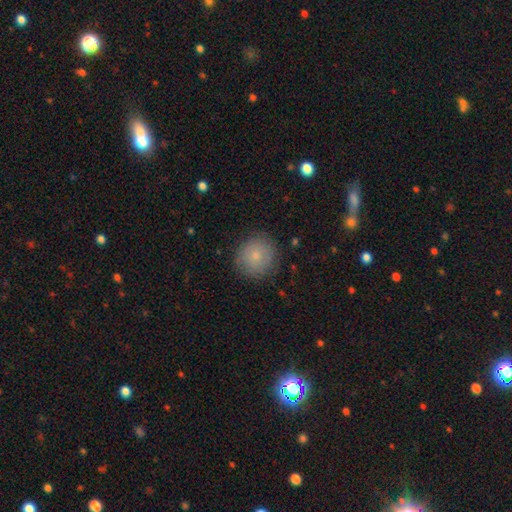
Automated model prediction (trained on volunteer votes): Smooth or featured? smooth (80%)
How rounded? round (89%)
Merging? none (85%)